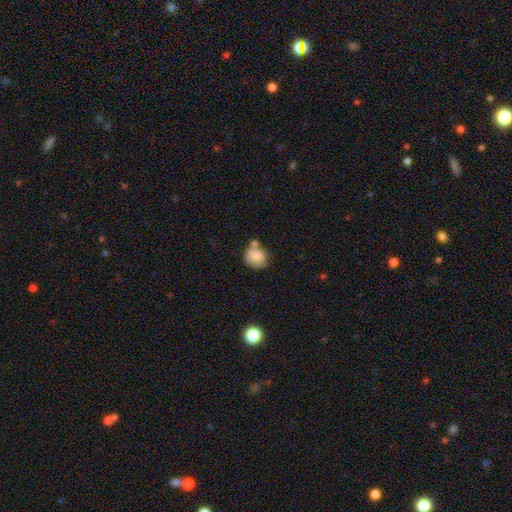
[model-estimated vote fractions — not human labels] Smooth or featured?
  - smooth: 80% *
  - featured or disk: 11%
  - star or artifact: 8%
How rounded?
  - round: 75% *
  - in between: 24%
  - cigar-shaped: 1%
Merging?
  - none: 49% *
  - merger: 26%
  - minor disturbance: 19%
  - major disturbance: 6%